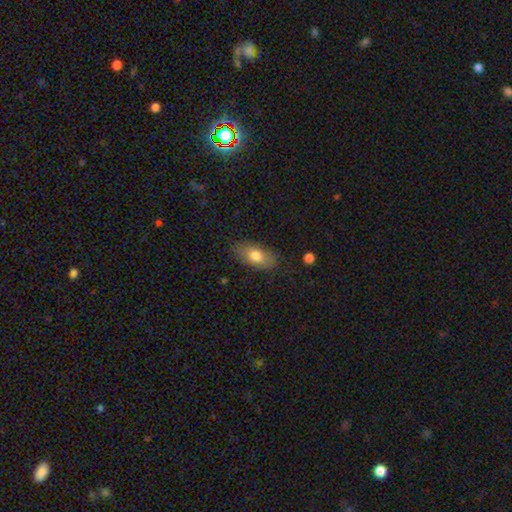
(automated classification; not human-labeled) This is likely a smooth galaxy (75%). How rounded: clearly in between (88%). Merging: likely none (78%).